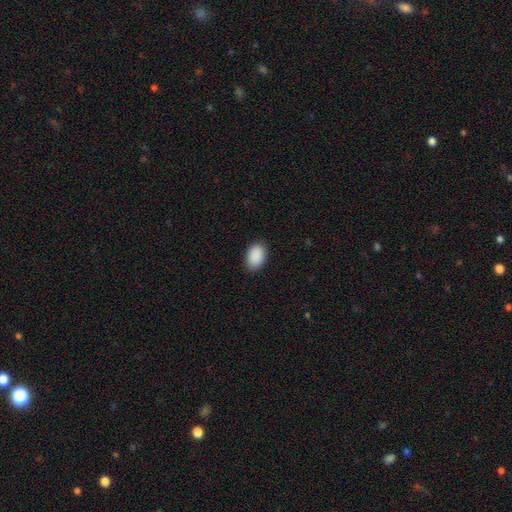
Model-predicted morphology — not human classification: Smooth or featured: smooth — 91% (star or artifact — 7%)
How rounded: in between — 89% (round — 10%)
Merging: none — 88% (minor disturbance — 9%)